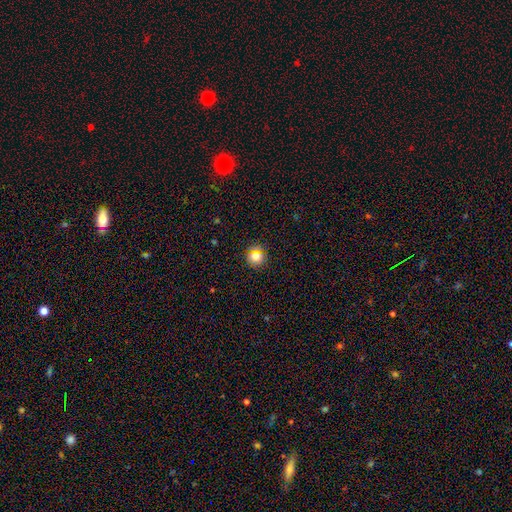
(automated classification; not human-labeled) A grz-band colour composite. It shows a smooth galaxy with no disk features (75%) that is round (94%). Merging: none (89%).